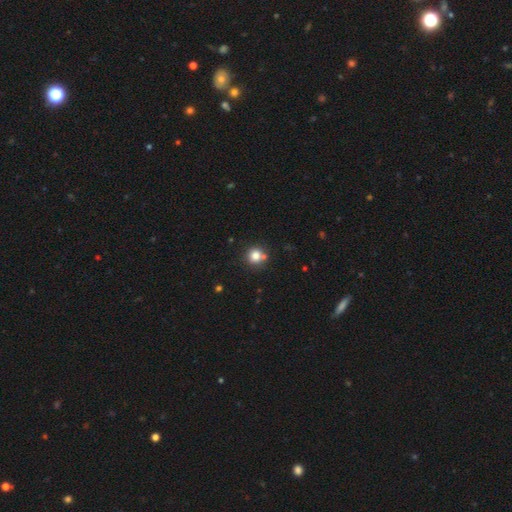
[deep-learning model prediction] This is clearly a smooth galaxy (81%). How rounded: clearly round (90%). Merging: likely none (72%).